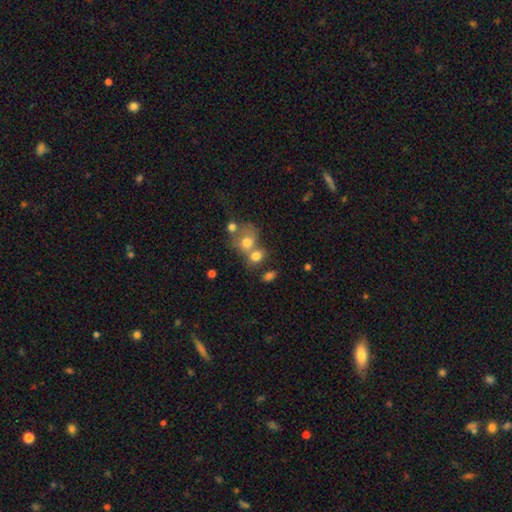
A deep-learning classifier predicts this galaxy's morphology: Q: Smooth or featured?
A: smooth (74%); runner-up: featured or disk (14%)
Q: How rounded?
A: round (52%); runner-up: in between (47%)
Q: Merging?
A: merger (49%); runner-up: none (34%)